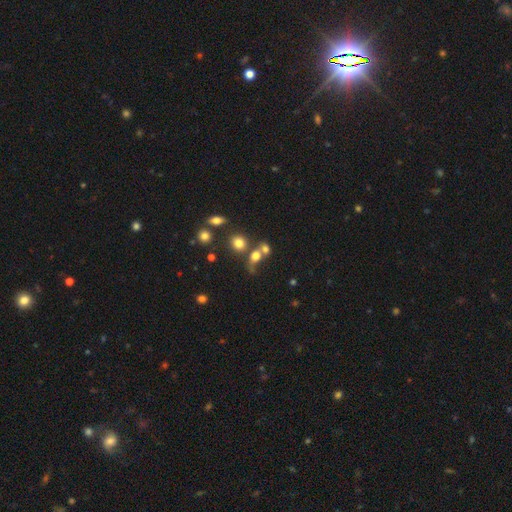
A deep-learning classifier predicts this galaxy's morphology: The model was most divided on "merging": merger: 45%, none: 32%, major disturbance: 12%, minor disturbance: 12%. More confident: smooth or featured — smooth (68%); how rounded — round (66%).